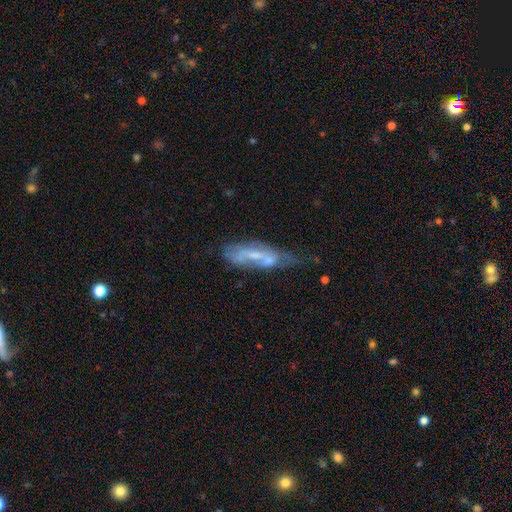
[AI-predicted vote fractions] The model was most divided on "merging": none: 33%, minor disturbance: 29%, major disturbance: 21%, merger: 17%. More confident: edge-on disk — no (73%); smooth or featured — featured or disk (60%).